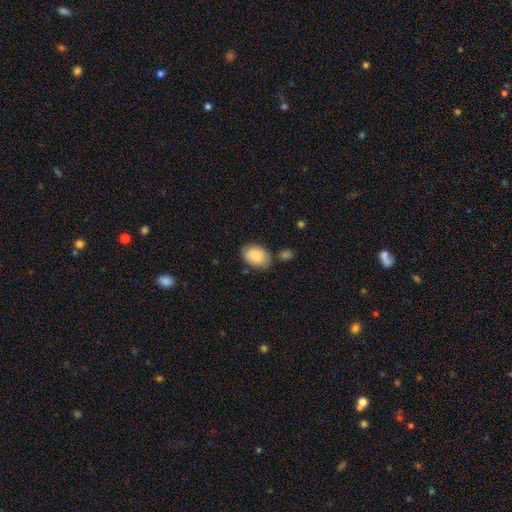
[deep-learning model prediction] Q: Smooth or featured?
A: smooth (85%); runner-up: featured or disk (9%)
Q: How rounded?
A: in between (86%); runner-up: round (13%)
Q: Merging?
A: none (73%); runner-up: minor disturbance (17%)